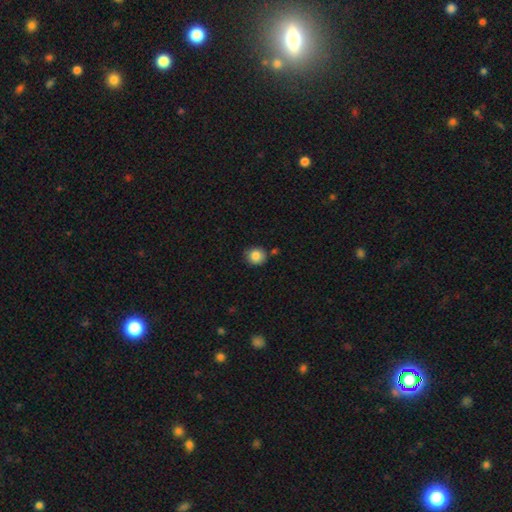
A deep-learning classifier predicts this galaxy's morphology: Overall: smooth (85%). How rounded: round (86%). Merging: none (82%).